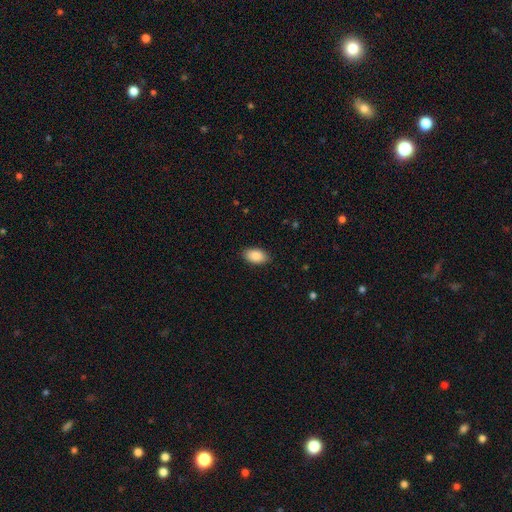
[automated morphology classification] This is clearly a smooth galaxy (90%). How rounded: clearly in between (94%). Merging: clearly none (87%).